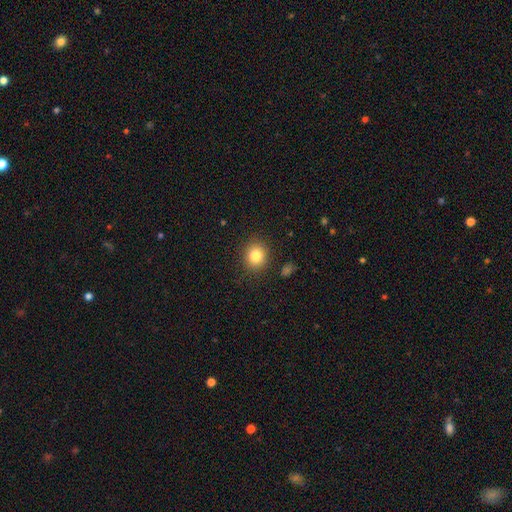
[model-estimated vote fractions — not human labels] smooth-or-featured: smooth: 82% | star or artifact: 11% | featured or disk: 7%
  how-rounded: round: 80% | in between: 19% | cigar-shaped: 1%
  merging: none: 88% | minor disturbance: 8% | major disturbance: 3% | merger: 2%